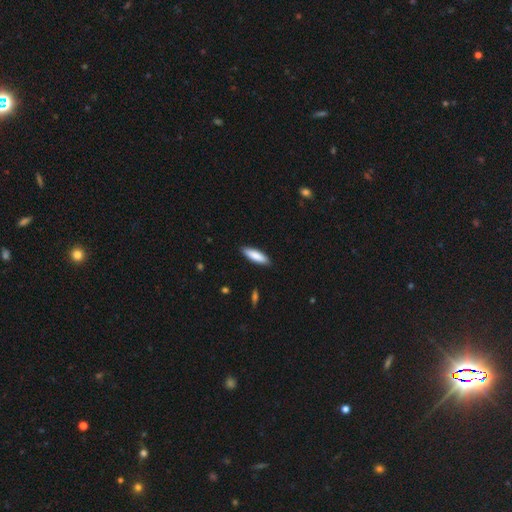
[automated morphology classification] smooth_or_featured: smooth (p=0.85) [alt: featured or disk p=0.10]
how_rounded: cigar-shaped (p=0.60) [alt: in between p=0.39]
merging: none (p=0.89) [alt: minor disturbance p=0.08]